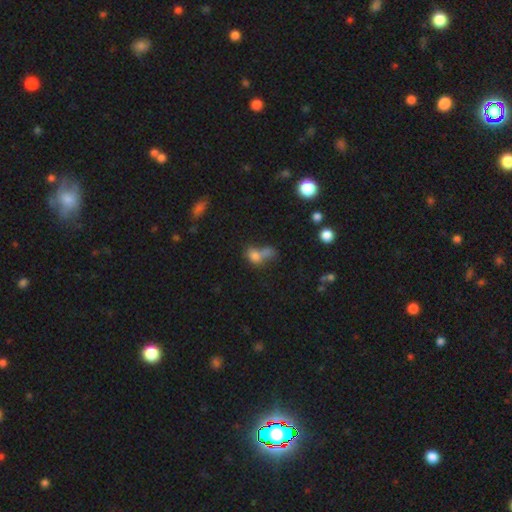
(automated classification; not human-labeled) Q: Smooth or featured?
A: smooth (74%); runner-up: star or artifact (14%)
Q: How rounded?
A: in between (59%); runner-up: round (38%)
Q: Merging?
A: merger (56%); runner-up: none (25%)